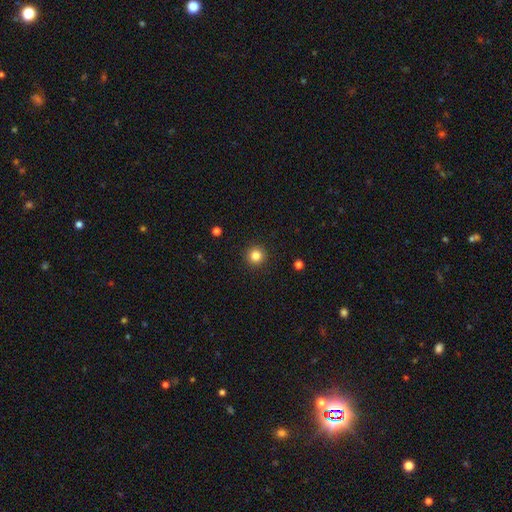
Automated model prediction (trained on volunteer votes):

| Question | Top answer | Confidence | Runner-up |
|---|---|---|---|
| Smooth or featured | smooth | 84% | star or artifact (11%) |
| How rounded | round | 96% | in between (3%) |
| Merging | none | 92% | minor disturbance (5%) |